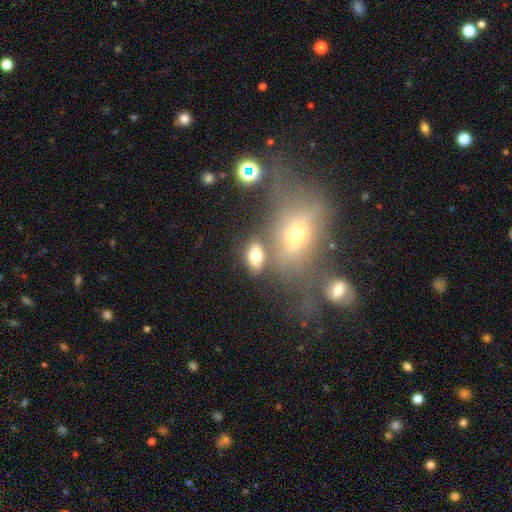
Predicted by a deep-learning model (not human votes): This appears to be a smooth galaxy with no disk features (71%) that is in between round and cigar-shaped (83%). Merging: none (66%).